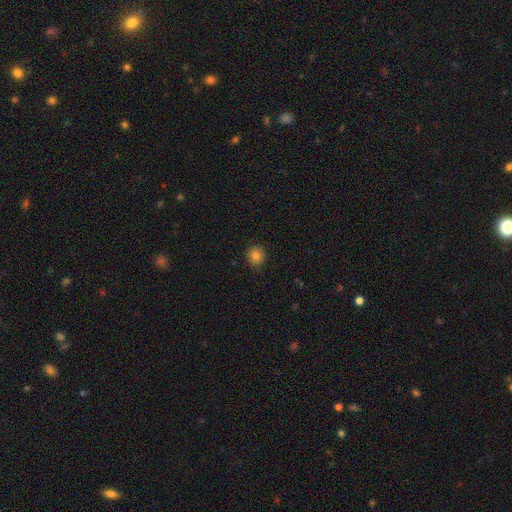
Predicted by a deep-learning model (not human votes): A smooth galaxy with no disk features (83%) that is round (84%). Merging: none (84%).